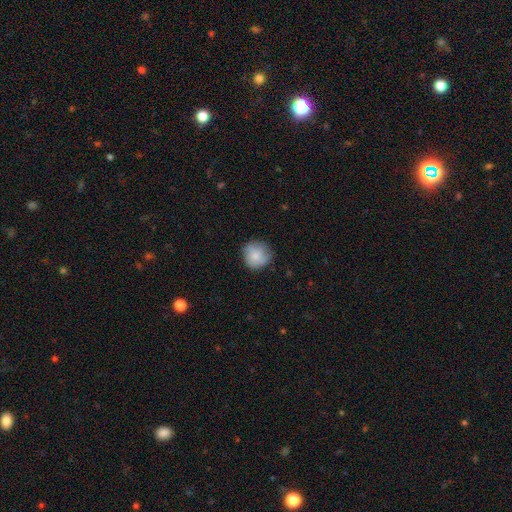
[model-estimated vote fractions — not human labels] Morphology: type=smooth (80%); roundness=round (90%); merging=none (75%).